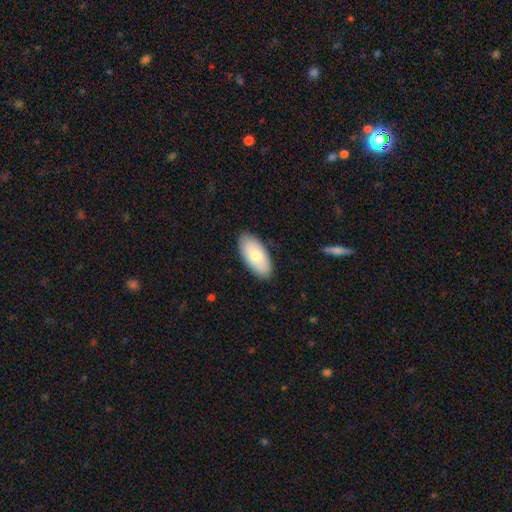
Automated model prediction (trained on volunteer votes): Smooth or featured? smooth (74%)
How rounded? in between (94%)
Merging? none (88%)